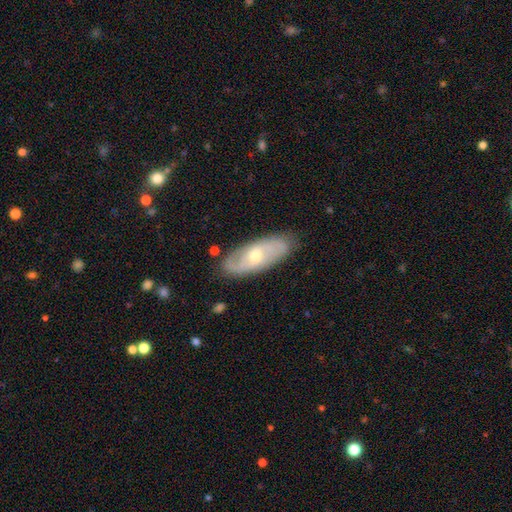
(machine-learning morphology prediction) A featured or disk galaxy (70%) with no bar (54%), 2 (60%) tight (42%) spiral arms (83%) and a moderate central bulge (53%). Merging: none (81%).